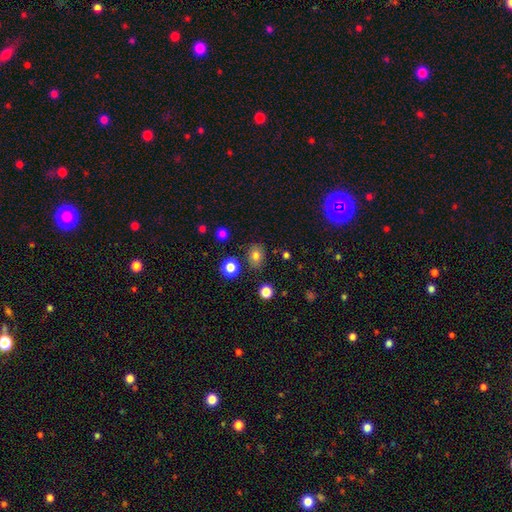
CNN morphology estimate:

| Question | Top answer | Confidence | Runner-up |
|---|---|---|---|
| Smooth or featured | smooth | 79% | star or artifact (13%) |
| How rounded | in between | 55% | round (44%) |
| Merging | none | 83% | minor disturbance (10%) |